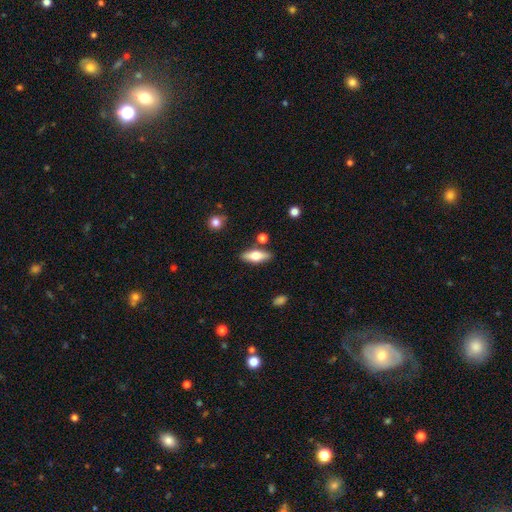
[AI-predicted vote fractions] A smooth galaxy with no disk features (57%) that is in between round and cigar-shaped (64%). Merging: none (82%).